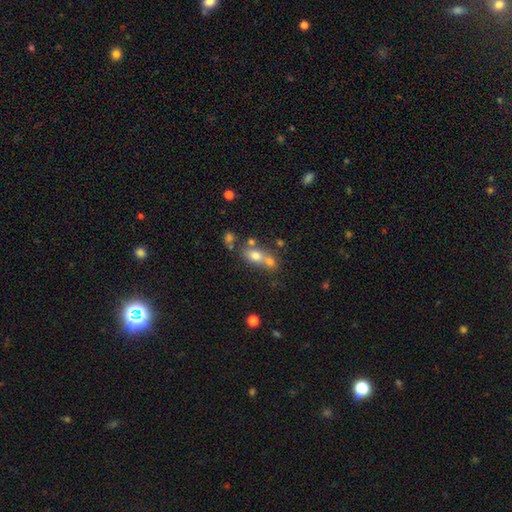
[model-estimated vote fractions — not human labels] smooth 68%, featured or disk 19%, star or artifact 12%. Down the decision tree: how rounded — in between (63%); merging — merger (51%).